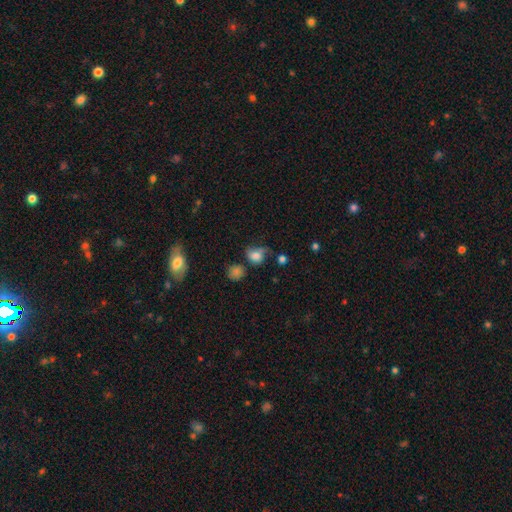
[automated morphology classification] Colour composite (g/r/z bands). It shows a smooth galaxy with no disk features (71%) that is round (60%). Merging: none (36%).